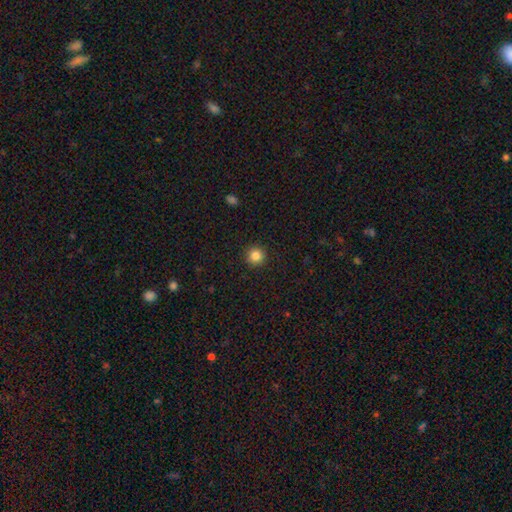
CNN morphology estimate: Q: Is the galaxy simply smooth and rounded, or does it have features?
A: smooth — 85%.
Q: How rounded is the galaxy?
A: round — 95%.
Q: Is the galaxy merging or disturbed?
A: none — 92%.